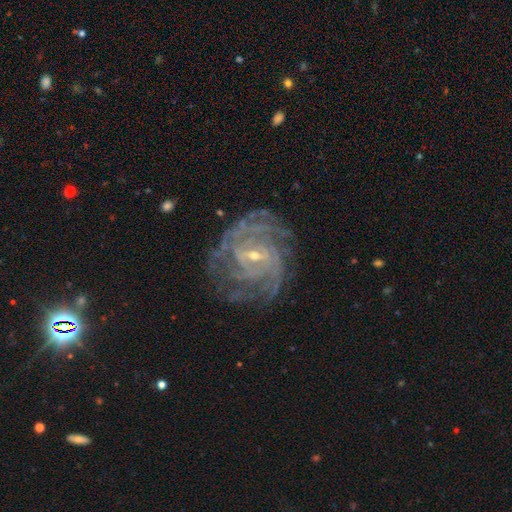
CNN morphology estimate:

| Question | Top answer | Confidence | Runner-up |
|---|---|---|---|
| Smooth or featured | featured or disk | 86% | star or artifact (8%) |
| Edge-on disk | no | 97% | yes (3%) |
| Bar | weak | 49% | no (31%) |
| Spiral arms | yes | 97% | no (3%) |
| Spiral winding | tight | 66% | medium (28%) |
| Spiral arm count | can't tell | 26% | 4 (20%) |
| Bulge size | small | 77% | moderate (19%) |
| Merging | none | 76% | minor disturbance (15%) |